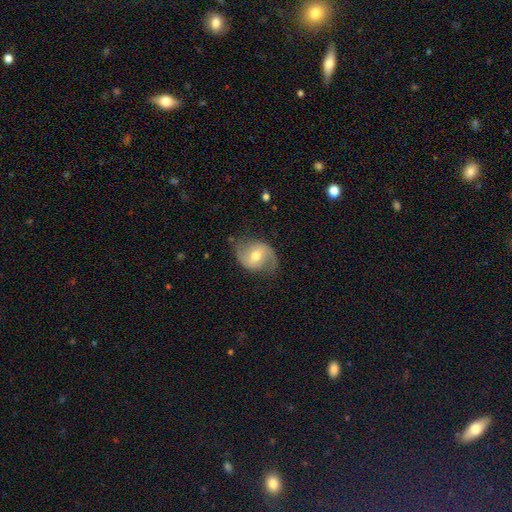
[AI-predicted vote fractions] The model was most divided on "spiral winding": loose: 48%, medium: 39%, tight: 13%. Remaining: edge-on disk — no (97%); spiral arm count — 2 (89%); spiral arms — yes (85%); merging — none (72%); bulge size — moderate (69%); smooth or featured — featured or disk (68%); bar — weak (46%).